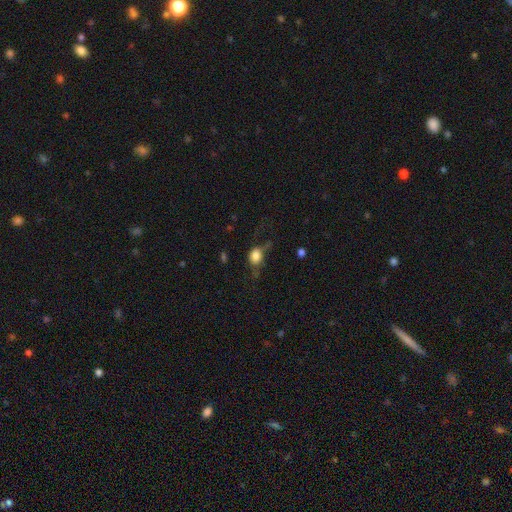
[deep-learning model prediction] A smooth galaxy with no disk features (78%) that is round (53%).

Vote fractions:
- Smooth or featured? smooth: 78% / featured or disk: 12% / star or artifact: 10%
- How rounded? round: 53% / in between: 45% / cigar-shaped: 2%
- Merging? none: 40% / minor disturbance: 28% / major disturbance: 28% / merger: 4%